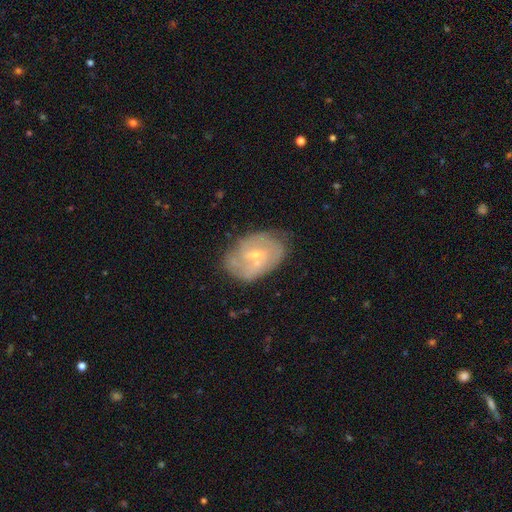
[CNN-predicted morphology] smooth-or-featured: featured or disk: 75% | smooth: 18% | star or artifact: 7%
  disk-edge-on: no: 96% | yes: 4%
    bar: weak: 51% | no: 37% | strong: 12%
    has-spiral-arms: yes: 86% | no: 14%
      spiral-winding: tight: 42% | medium: 41% | loose: 17%
      spiral-arm-count: 2: 39% | can't tell: 34% | 3: 15% | 4: 5% | 1: 4% | more than 4: 3%
    bulge-size: small: 62% | moderate: 34% | none: 2% | large: 1% | dominant: 1%
  merging: none: 69% | minor disturbance: 22% | major disturbance: 7% | merger: 2%